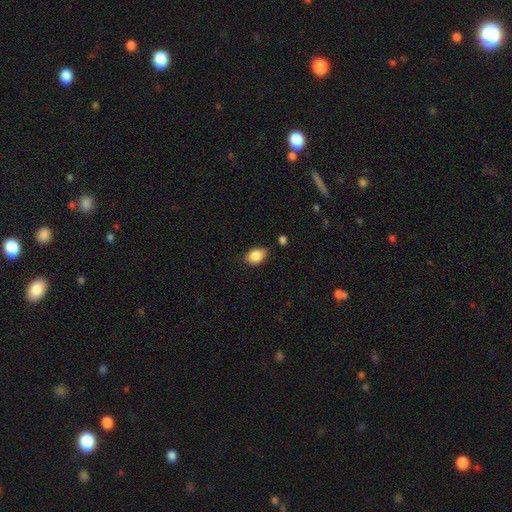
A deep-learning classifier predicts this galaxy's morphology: This is clearly a smooth galaxy (86%). How rounded: clearly in between (80%). Merging: likely none (78%).